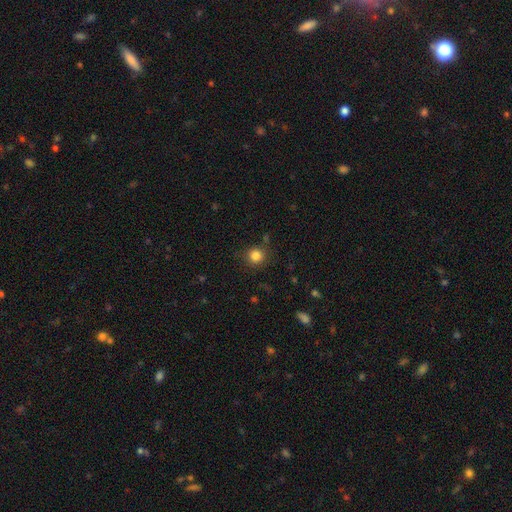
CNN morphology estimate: Smooth or featured? Predicted: smooth (p=0.83). How rounded? Predicted: round (p=0.91). Merging? Predicted: none (p=0.85).